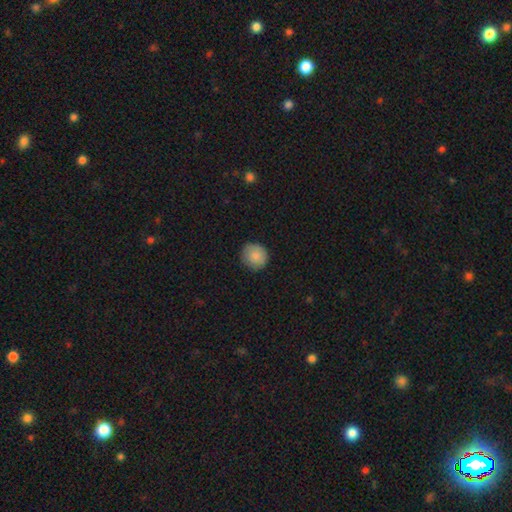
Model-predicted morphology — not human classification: smooth 87%, star or artifact 8%, featured or disk 6%. Down the decision tree: how rounded — round (91%); merging — none (87%).